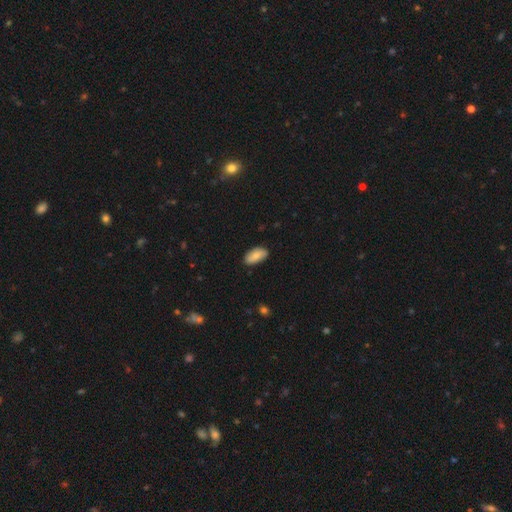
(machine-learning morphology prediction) Smooth or featured? smooth (80%)
How rounded? in between (94%)
Merging? none (85%)